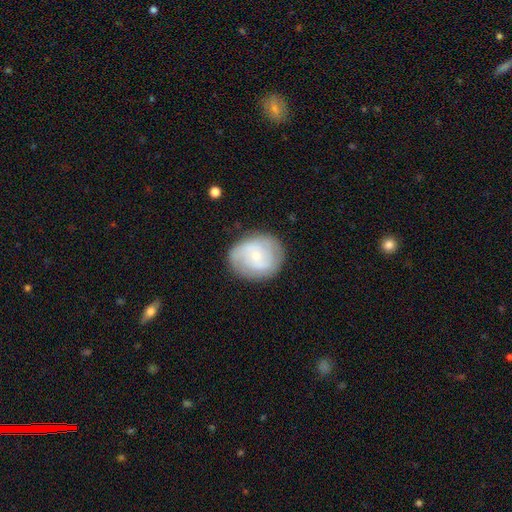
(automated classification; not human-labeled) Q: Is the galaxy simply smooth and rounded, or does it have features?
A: featured or disk — 63%.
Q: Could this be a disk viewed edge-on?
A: no — 98%.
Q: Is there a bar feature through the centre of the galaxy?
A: no — 64%.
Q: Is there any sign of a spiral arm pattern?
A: yes — 87%.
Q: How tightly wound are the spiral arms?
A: tight — 46%.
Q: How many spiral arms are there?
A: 2 — 51%.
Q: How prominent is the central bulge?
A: small — 68%.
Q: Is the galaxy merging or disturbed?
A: none — 80%.